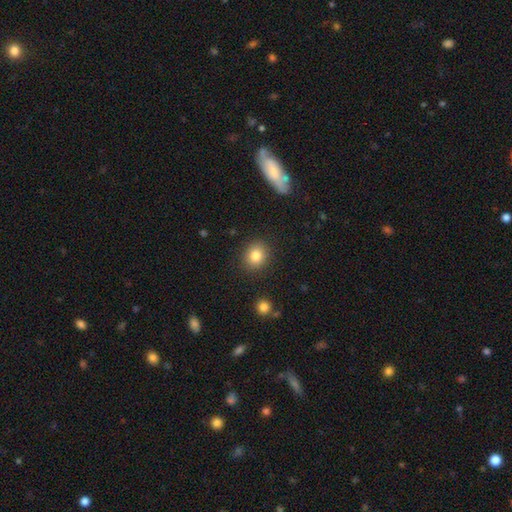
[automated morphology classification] smooth 82%, star or artifact 10%, featured or disk 8%. Down the decision tree: how rounded — round (74%); merging — none (88%).